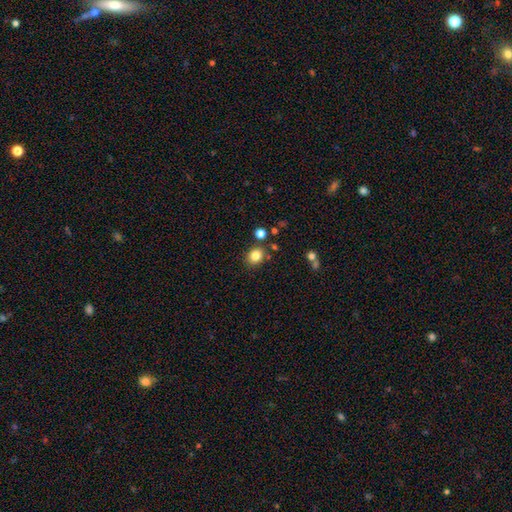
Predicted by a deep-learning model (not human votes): smooth-or-featured: smooth: 82% | star or artifact: 12% | featured or disk: 6%
  how-rounded: round: 69% | in between: 31% | cigar-shaped: 1%
  merging: none: 82% | minor disturbance: 9% | merger: 6% | major disturbance: 3%